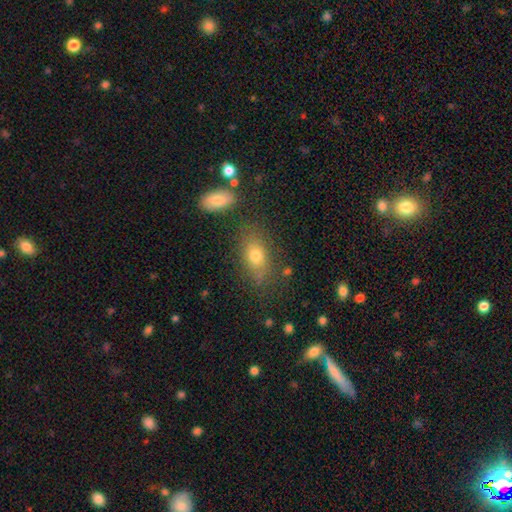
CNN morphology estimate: type=smooth (73%); roundness=in between (81%); merging=none (74%).